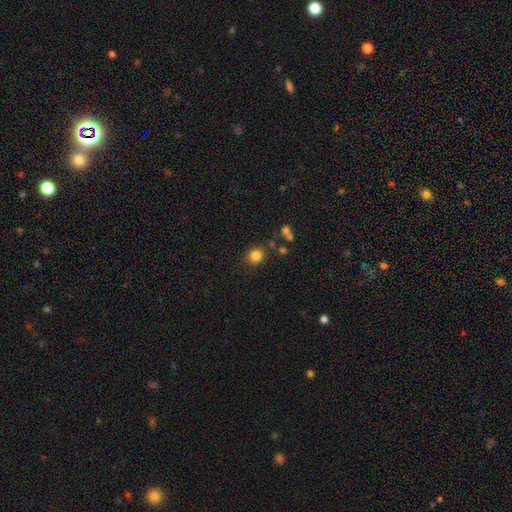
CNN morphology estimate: A smooth galaxy with no disk features (83%) that is round (83%). Merging: none (84%).